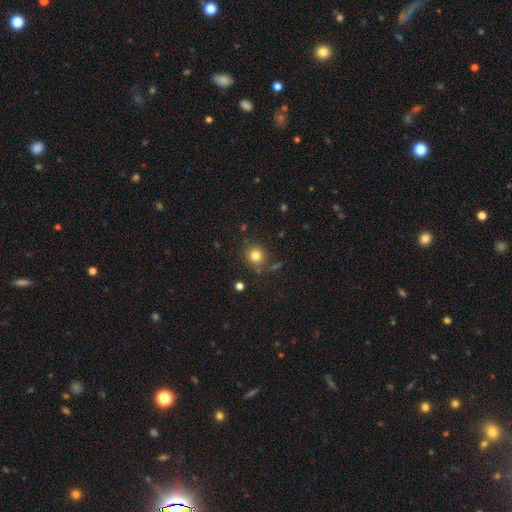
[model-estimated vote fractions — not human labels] Q: Smooth or featured?
A: smooth (80%); runner-up: star or artifact (13%)
Q: How rounded?
A: round (87%); runner-up: in between (12%)
Q: Merging?
A: none (81%); runner-up: minor disturbance (11%)